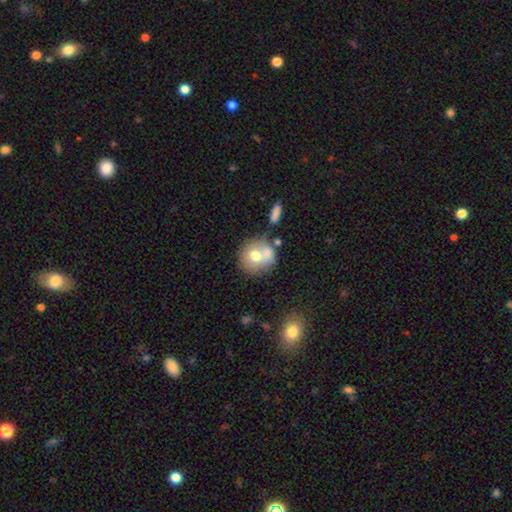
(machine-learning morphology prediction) smooth 68%, featured or disk 23%, star or artifact 9%. Down the decision tree: how rounded — round (85%); merging — none (46%).